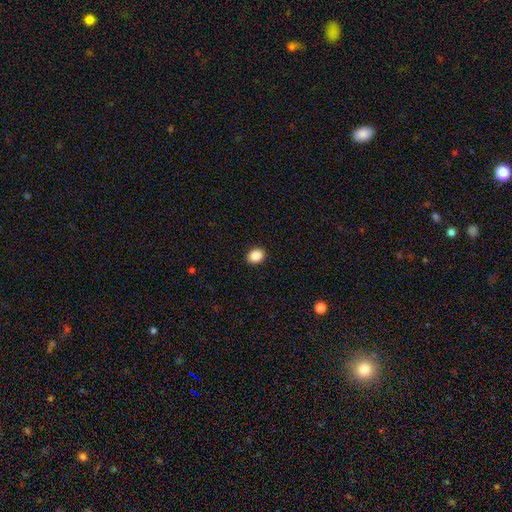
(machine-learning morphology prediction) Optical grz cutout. It shows a smooth galaxy with no disk features (88%) that is round (51%). Merging: none (92%).